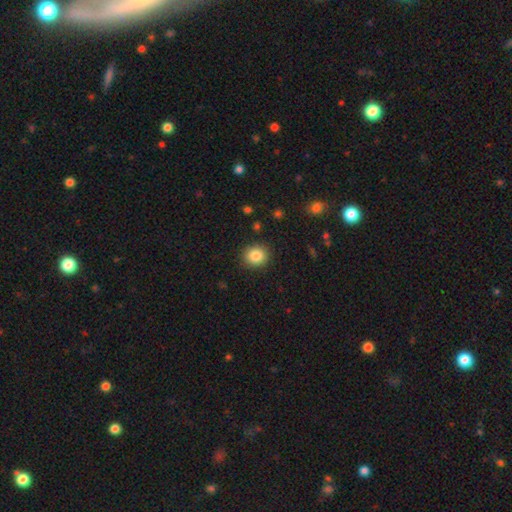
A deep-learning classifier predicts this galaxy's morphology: type=smooth (85%); roundness=round (80%); merging=none (90%).